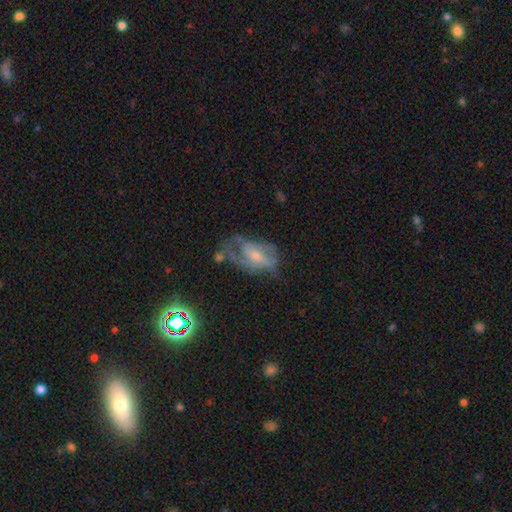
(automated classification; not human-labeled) The model was most divided on "merging": major disturbance: 36%, none: 33%, minor disturbance: 25%, merger: 6%. Remaining: edge-on disk — no (96%); spiral arms — yes (71%); smooth or featured — featured or disk (67%); bar — no (48%); bulge size — moderate (41%).